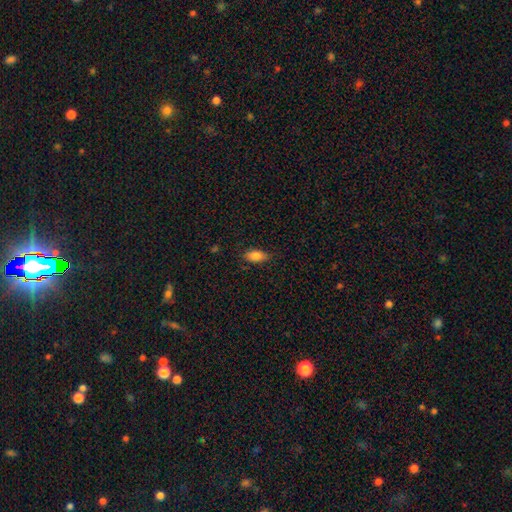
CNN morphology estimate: A smooth galaxy with no disk features (85%) that is in between round and cigar-shaped (89%).

Vote fractions:
- Smooth or featured? smooth: 85% / star or artifact: 8% / featured or disk: 7%
- How rounded? in between: 89% / cigar-shaped: 8% / round: 4%
- Merging? none: 82% / minor disturbance: 14% / major disturbance: 3% / merger: 1%